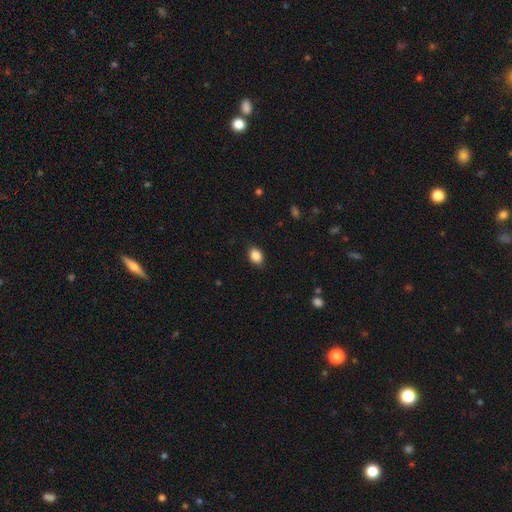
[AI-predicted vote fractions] A smooth galaxy with no disk features (87%) that is in between round and cigar-shaped (73%). Merging: none (84%).